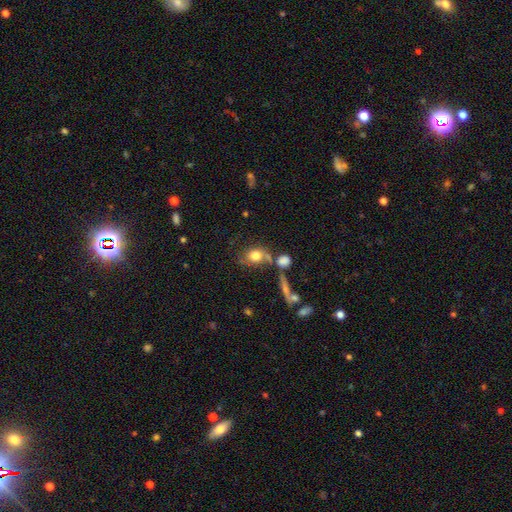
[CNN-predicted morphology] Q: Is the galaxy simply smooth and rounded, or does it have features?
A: smooth — 73%.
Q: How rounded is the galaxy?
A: round — 52%.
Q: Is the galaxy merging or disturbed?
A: none — 49%.